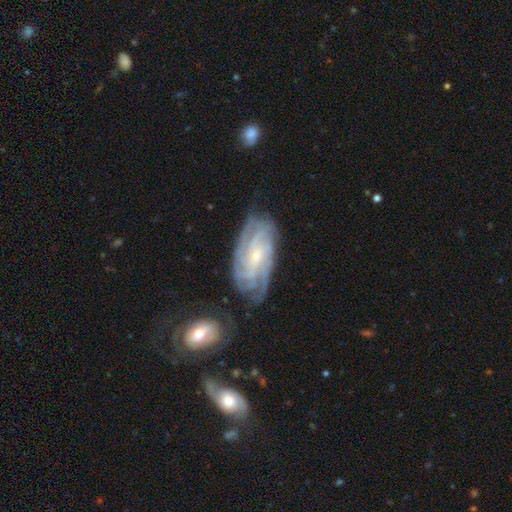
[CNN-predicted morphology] The model was most divided on "spiral arm count": 4: 30%, can't tell: 28%, 3: 16%, more than 4: 10%, 2: 10%, 1: 6%. More confident: spiral arms — yes (97%); edge-on disk — no (95%); smooth or featured — featured or disk (85%); bulge size — small (75%); merging — none (73%); spiral winding — tight (71%); bar — no (57%).